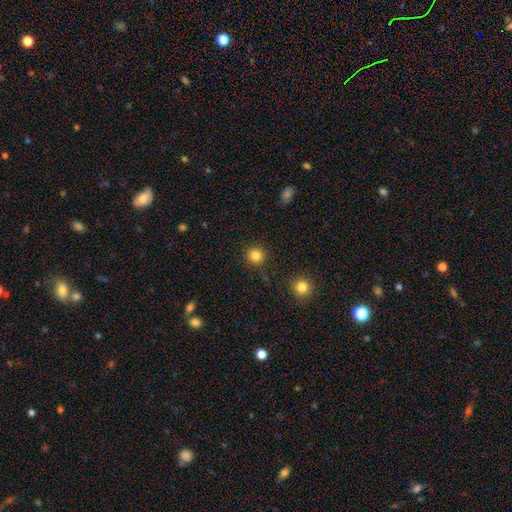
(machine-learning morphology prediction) The model was most divided on "smooth or featured": smooth: 83%, star or artifact: 12%, featured or disk: 5%. More confident: how rounded — round (94%); merging — none (89%).